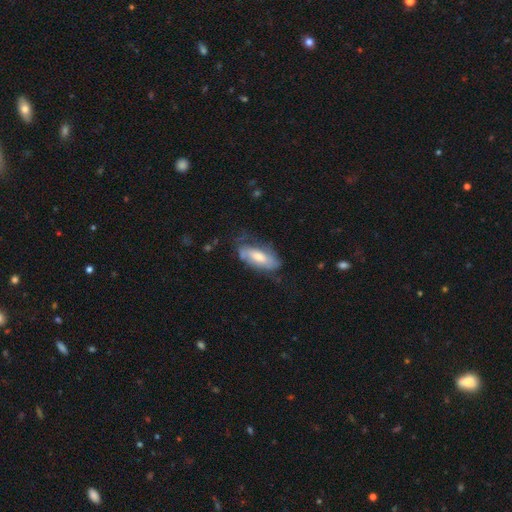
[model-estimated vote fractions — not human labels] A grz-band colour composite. It shows a featured or disk galaxy (55%). Merging: none (58%).